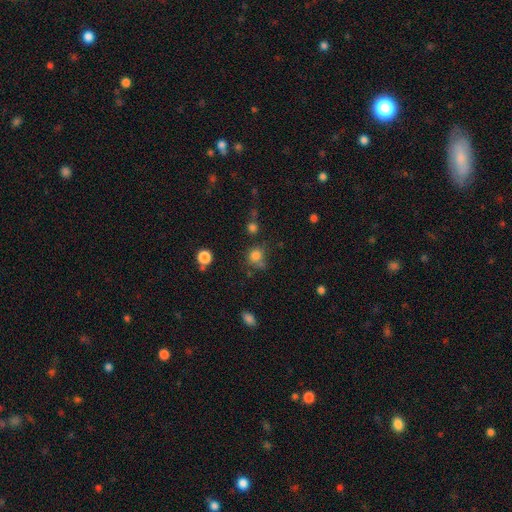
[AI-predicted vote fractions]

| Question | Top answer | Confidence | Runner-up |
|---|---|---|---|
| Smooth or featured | smooth | 78% | star or artifact (15%) |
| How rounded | round | 81% | in between (18%) |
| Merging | none | 60% | minor disturbance (18%) |